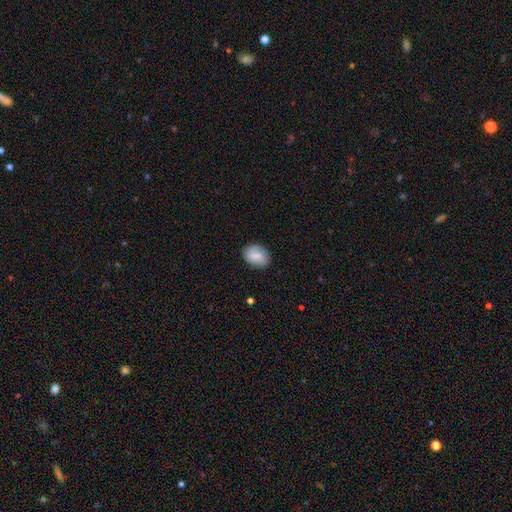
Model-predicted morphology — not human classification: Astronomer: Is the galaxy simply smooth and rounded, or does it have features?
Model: smooth — 76%.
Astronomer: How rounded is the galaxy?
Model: in between — 64%.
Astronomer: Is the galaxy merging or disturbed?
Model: none — 81%.